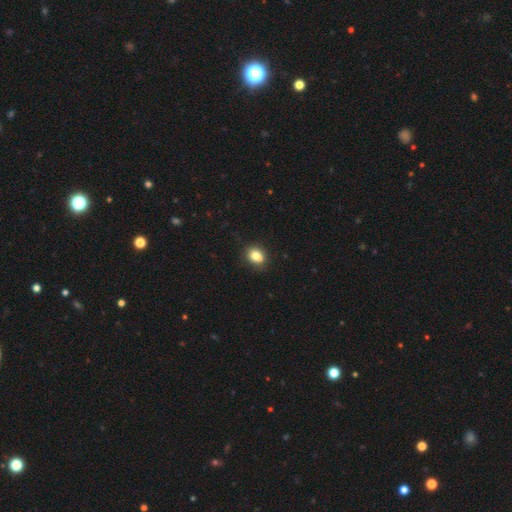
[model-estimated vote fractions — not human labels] A smooth galaxy with no disk features (78%) that is round (61%). Merging: none (58%).